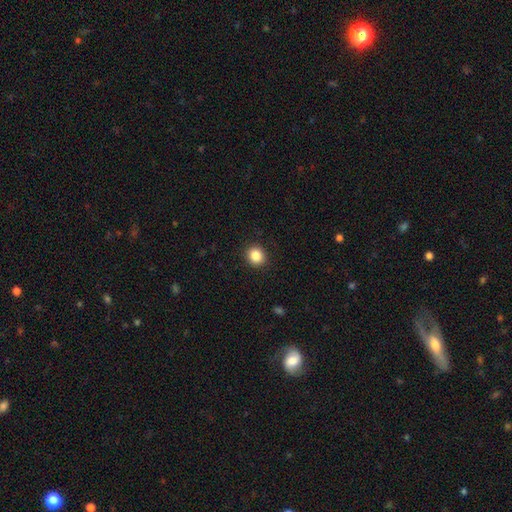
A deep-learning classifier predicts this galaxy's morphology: type=smooth (86%); roundness=round (84%); merging=none (91%).